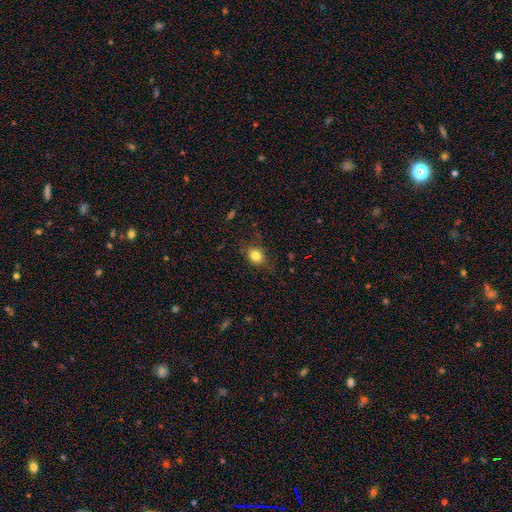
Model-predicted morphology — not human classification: A smooth galaxy with no disk features (81%) that is round (60%). Merging: none (76%).